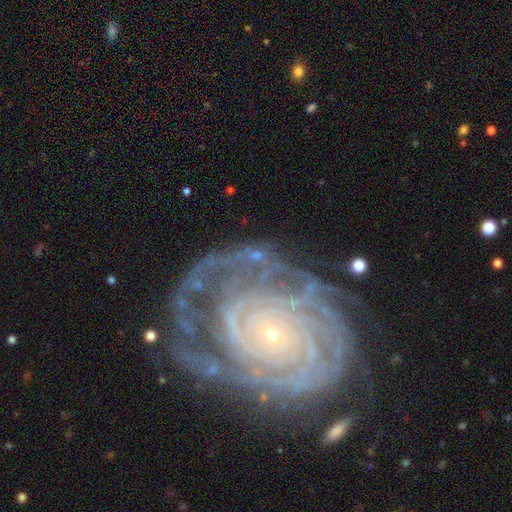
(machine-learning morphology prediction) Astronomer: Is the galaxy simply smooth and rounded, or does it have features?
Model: featured or disk — 81%.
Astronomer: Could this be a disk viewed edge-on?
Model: no — 96%.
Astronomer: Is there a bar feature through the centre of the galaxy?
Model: no — 68%.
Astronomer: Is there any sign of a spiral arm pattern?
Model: yes — 96%.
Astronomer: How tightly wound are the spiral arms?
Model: tight — 78%.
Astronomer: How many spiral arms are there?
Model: can't tell — 25% (runner-up: 3, 18%).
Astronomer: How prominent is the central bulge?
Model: small — 75%.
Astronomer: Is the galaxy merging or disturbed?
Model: none — 66%.